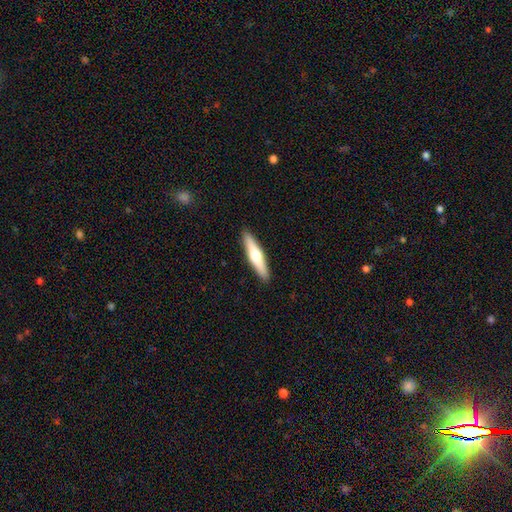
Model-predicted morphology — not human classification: smooth 50%, featured or disk 45%, star or artifact 5%. Down the decision tree: how rounded — cigar-shaped (82%); merging — none (91%).